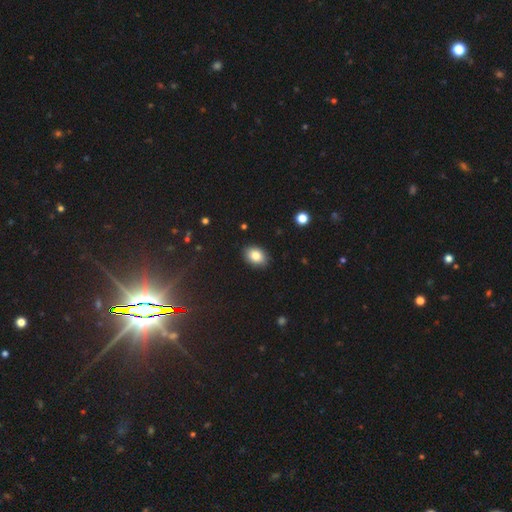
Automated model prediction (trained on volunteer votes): Overall: smooth (84%). How rounded: in between (79%). Merging: none (88%).